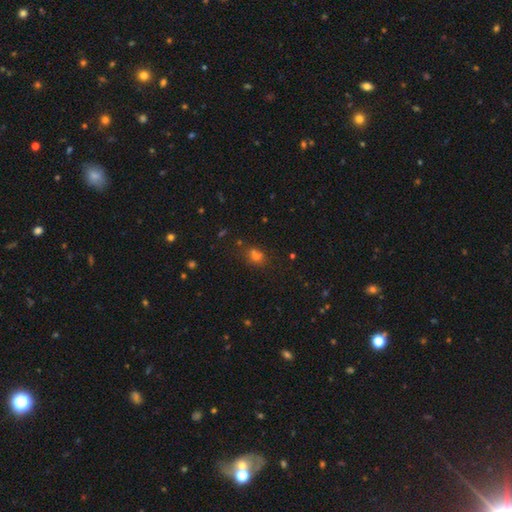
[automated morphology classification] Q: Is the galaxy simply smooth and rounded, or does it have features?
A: smooth — 59%.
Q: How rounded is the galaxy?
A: round — 57%.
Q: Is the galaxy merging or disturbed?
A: none — 59%.